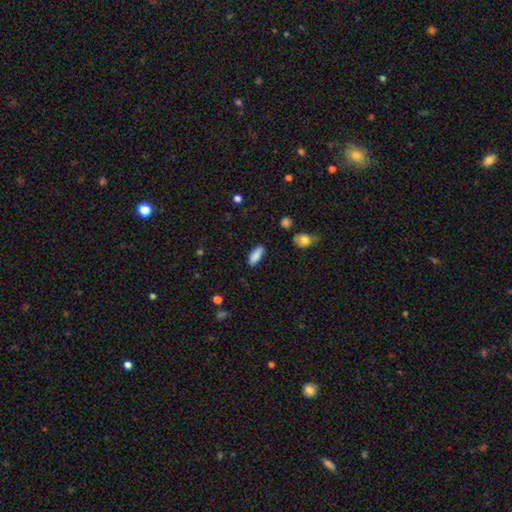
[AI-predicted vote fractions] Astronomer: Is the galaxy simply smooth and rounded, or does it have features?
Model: smooth — 87%.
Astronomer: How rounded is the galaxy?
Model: in between — 68%.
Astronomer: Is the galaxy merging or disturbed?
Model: none — 84%.